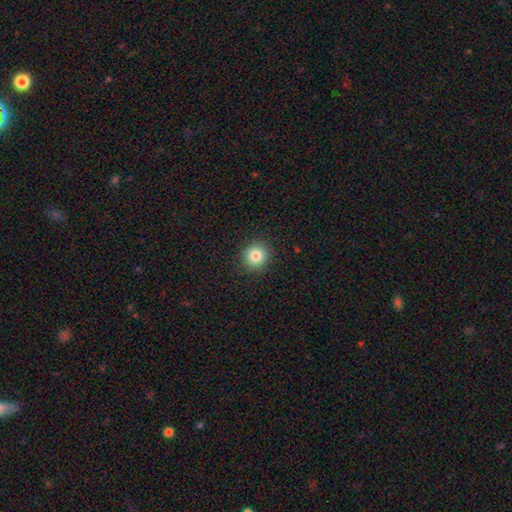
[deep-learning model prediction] smooth_or_featured: smooth (p=0.83) [alt: star or artifact p=0.11]
how_rounded: round (p=0.91) [alt: in between p=0.08]
merging: none (p=0.91) [alt: minor disturbance p=0.06]